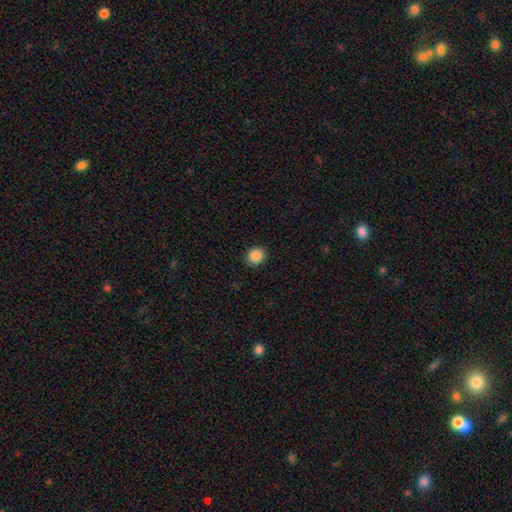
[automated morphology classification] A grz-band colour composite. It shows a smooth galaxy with no disk features (88%) that is round (87%). Merging: none (91%).